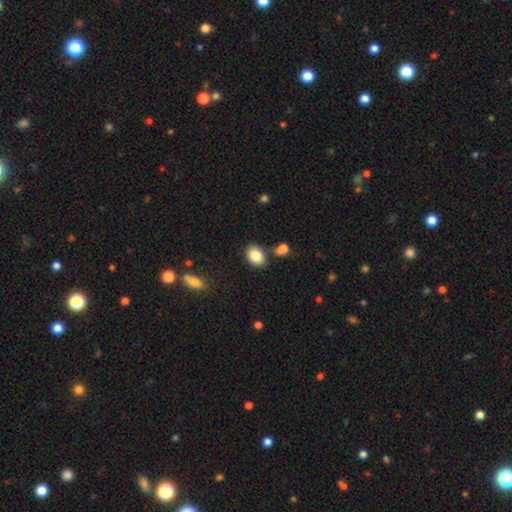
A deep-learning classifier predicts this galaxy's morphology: Smooth or featured?
  - smooth: 85% *
  - star or artifact: 8%
  - featured or disk: 7%
How rounded?
  - in between: 71% *
  - round: 28%
  - cigar-shaped: 1%
Merging?
  - none: 77% *
  - minor disturbance: 12%
  - merger: 9%
  - major disturbance: 3%